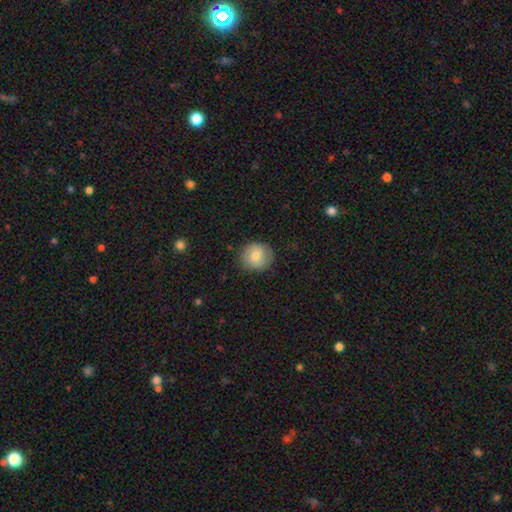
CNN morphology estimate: smooth 74%, featured or disk 18%, star or artifact 8%. Down the decision tree: how rounded — round (88%); merging — none (85%).